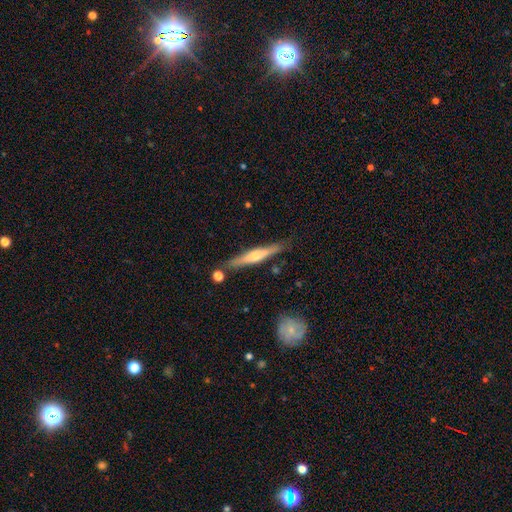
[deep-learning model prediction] Smooth or featured? featured or disk (61%)
Edge-on disk? yes (95%)
Edge-on bulge? rounded (82%)
Merging? none (82%)